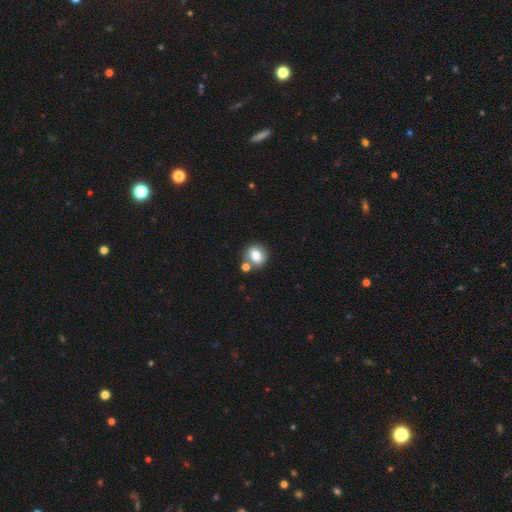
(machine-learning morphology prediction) This is likely a smooth galaxy (77%). How rounded: likely round (76%). Merging: likely none (66%).